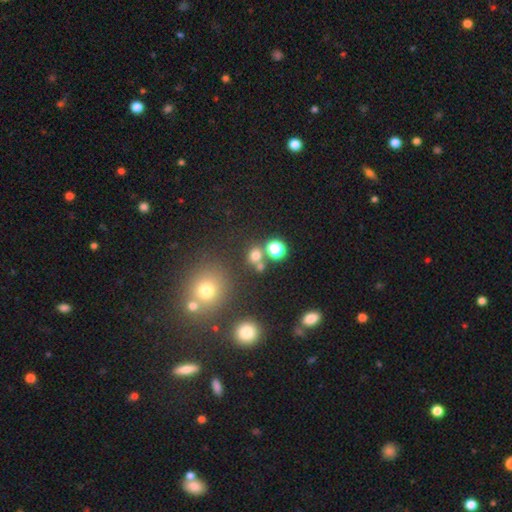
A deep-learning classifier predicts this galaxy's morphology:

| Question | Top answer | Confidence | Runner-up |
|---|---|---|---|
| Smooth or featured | smooth | 67% | star or artifact (24%) |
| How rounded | round | 77% | in between (22%) |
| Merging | none | 65% | merger (22%) |